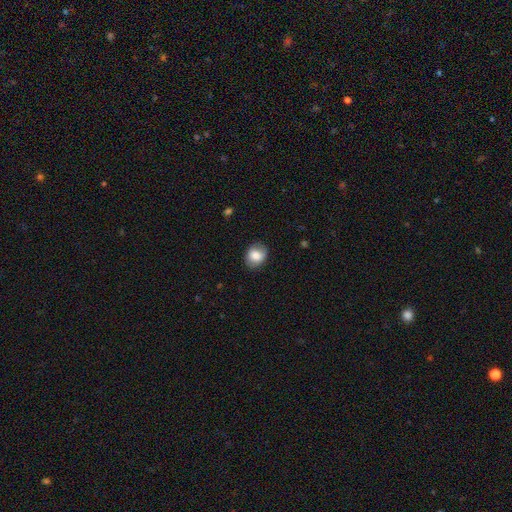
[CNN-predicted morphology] This is clearly a smooth galaxy (80%). How rounded: possibly round (57%). Merging: clearly none (80%).